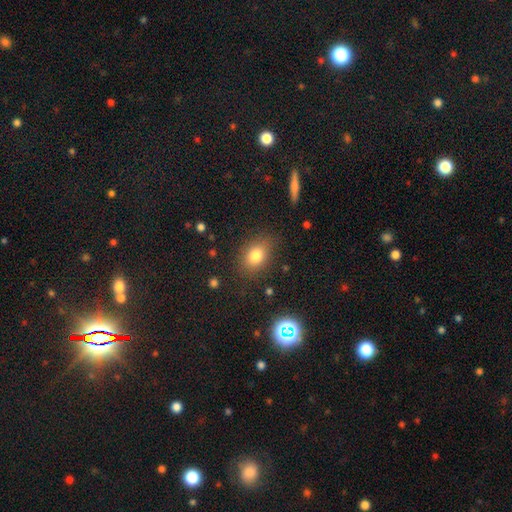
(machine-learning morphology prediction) Q: Smooth or featured?
A: smooth (79%); runner-up: star or artifact (12%)
Q: How rounded?
A: in between (68%); runner-up: round (30%)
Q: Merging?
A: none (81%); runner-up: minor disturbance (13%)